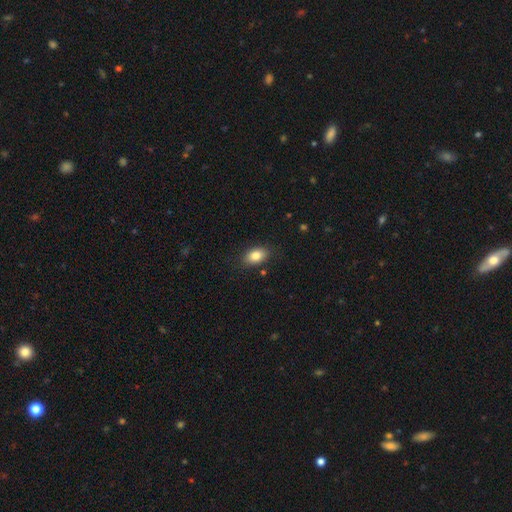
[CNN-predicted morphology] smooth-or-featured: smooth: 83% | star or artifact: 8% | featured or disk: 8%
  how-rounded: in between: 87% | round: 11% | cigar-shaped: 2%
  merging: none: 85% | minor disturbance: 11% | major disturbance: 3% | merger: 1%